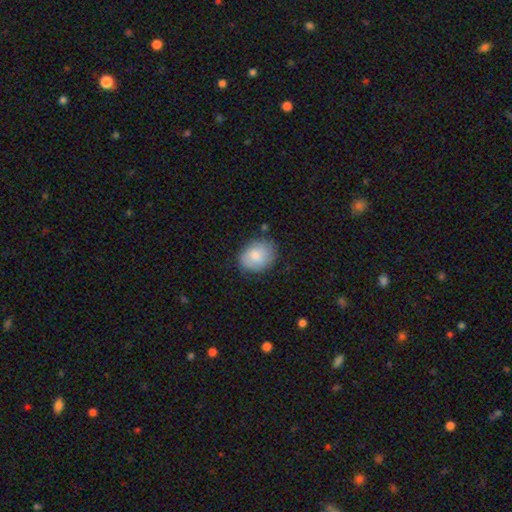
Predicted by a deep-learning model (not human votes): A smooth galaxy with no disk features (79%) that is in between round and cigar-shaped (53%).

Vote fractions:
- Smooth or featured? smooth: 79% / featured or disk: 15% / star or artifact: 7%
- How rounded? in between: 53% / round: 46% / cigar-shaped: 1%
- Merging? none: 73% / minor disturbance: 20% / major disturbance: 5% / merger: 2%